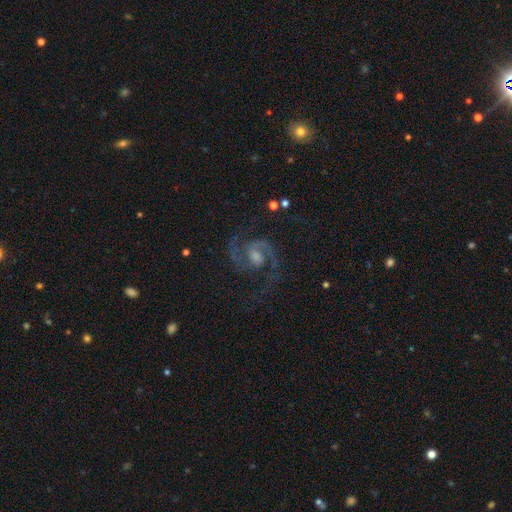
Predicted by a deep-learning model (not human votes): Overall: featured or disk (91%). Edge-on disk: no (98%). Bar: weak (48%; no 39%). Spiral arms: yes (98%). Spiral arm count: 2 (93%). Spiral winding: medium (65%). Bulge size: moderate (47%; small 31%). Merging: none (77%).